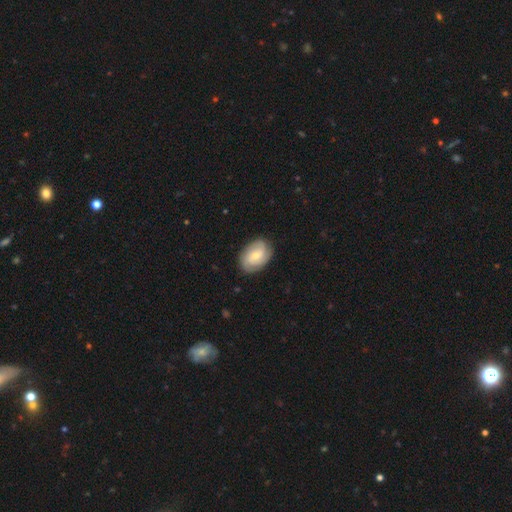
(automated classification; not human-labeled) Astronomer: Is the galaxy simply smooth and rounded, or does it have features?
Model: featured or disk — 65%.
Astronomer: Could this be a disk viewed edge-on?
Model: no — 96%.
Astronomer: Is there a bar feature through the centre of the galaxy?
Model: no — 59% (runner-up: weak, 35%).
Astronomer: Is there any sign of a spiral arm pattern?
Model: yes — 92%.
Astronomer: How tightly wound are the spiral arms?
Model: tight — 54% (runner-up: medium, 35%).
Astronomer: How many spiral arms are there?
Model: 2 — 33% (runner-up: 3, 28%).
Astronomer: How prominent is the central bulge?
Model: small — 51% (runner-up: moderate, 44%).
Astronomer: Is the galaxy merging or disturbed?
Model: none — 82%.